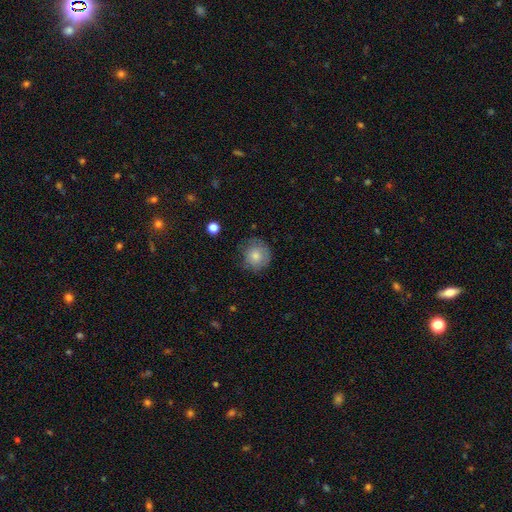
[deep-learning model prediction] Smooth or featured? smooth (79%)
How rounded? round (88%)
Merging? none (72%)